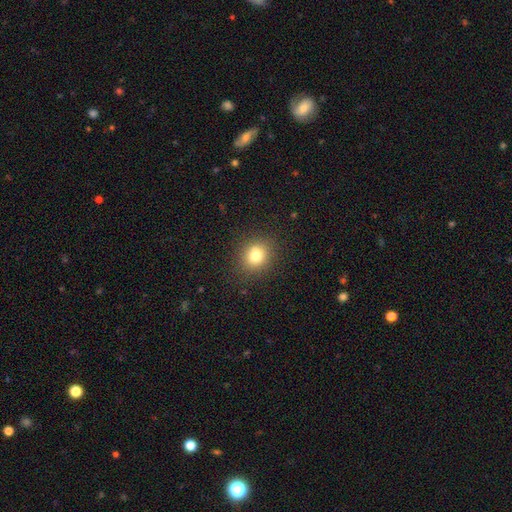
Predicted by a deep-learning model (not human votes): Smooth or featured? smooth (77%)
How rounded? round (75%)
Merging? none (84%)